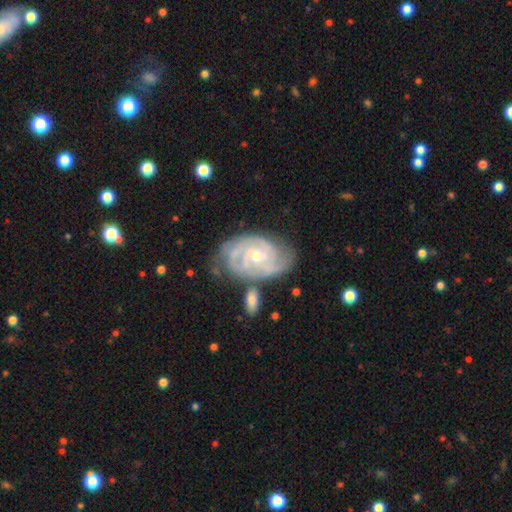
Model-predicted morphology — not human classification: This is clearly a featured or disk galaxy (89%). It is clearly not viewed edge-on (97%). Bar: possibly no (56%). Spiral arm pattern: clearly yes (97%). Spiral arm count: marginally 3 (33%). Spiral winding: likely tight (65%). Central bulge: possibly small (59%). Merging: likely none (64%).